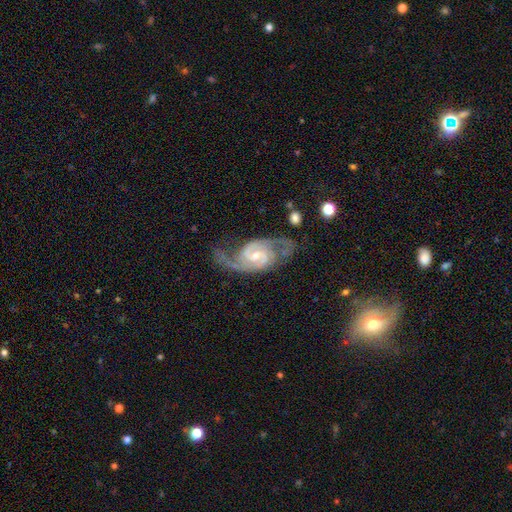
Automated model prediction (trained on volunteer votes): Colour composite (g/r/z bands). It shows a featured or disk galaxy (92%) with a weak bar (48%), 2 (88%) medium (54%) spiral arms (98%) and a small central bulge (52%). Merging: none (65%).